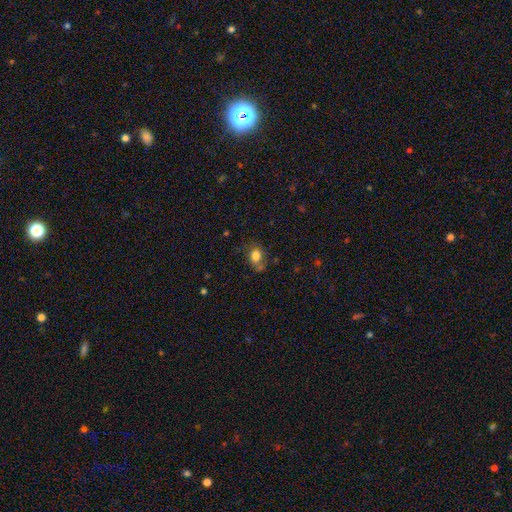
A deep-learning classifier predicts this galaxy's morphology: Overall: smooth (80%). How rounded: round (51%; in between 48%). Merging: none (60%; minor disturbance 23%).